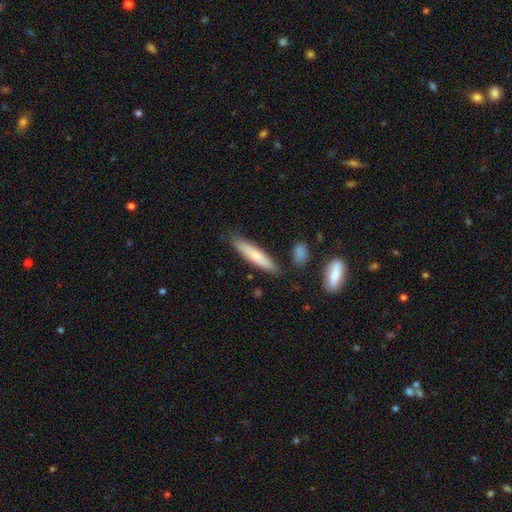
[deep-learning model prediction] This appears to be a smooth galaxy with no disk features (71%) that is cigar-shaped (87%). Merging: none (82%).